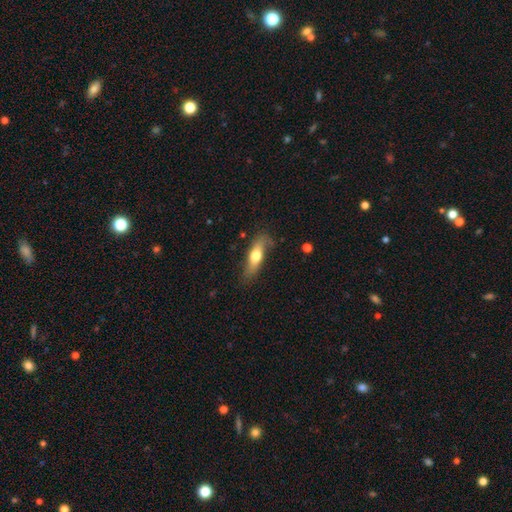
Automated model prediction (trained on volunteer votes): A smooth galaxy with no disk features (56%) that is cigar-shaped (52%). Merging: none (71%).